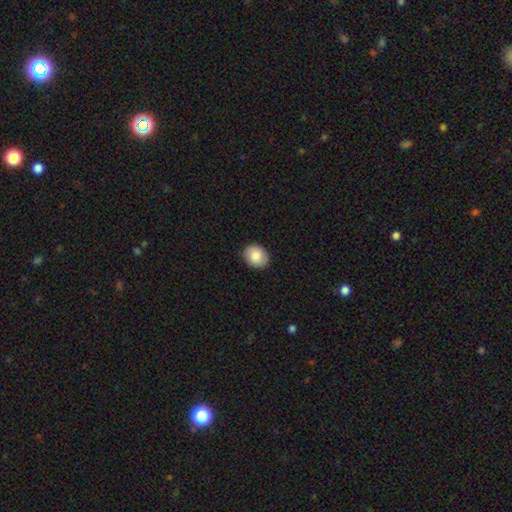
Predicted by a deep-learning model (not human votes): smooth 86%, star or artifact 7%, featured or disk 7%. Down the decision tree: how rounded — round (52%); merging — none (89%).